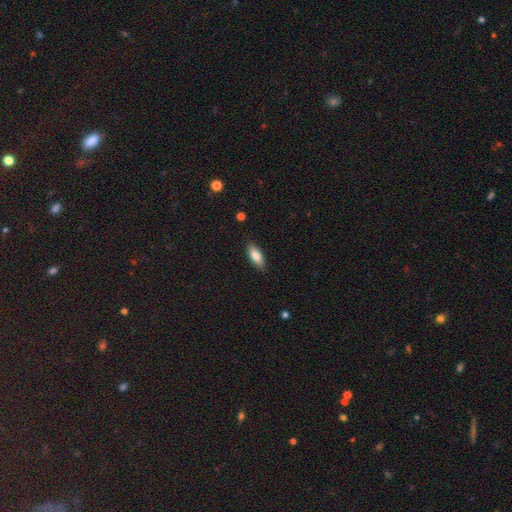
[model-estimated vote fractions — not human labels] Smooth or featured?
  - smooth: 79% *
  - featured or disk: 14%
  - star or artifact: 7%
How rounded?
  - in between: 79% *
  - cigar-shaped: 19%
  - round: 2%
Merging?
  - none: 87% *
  - minor disturbance: 10%
  - major disturbance: 2%
  - merger: 1%